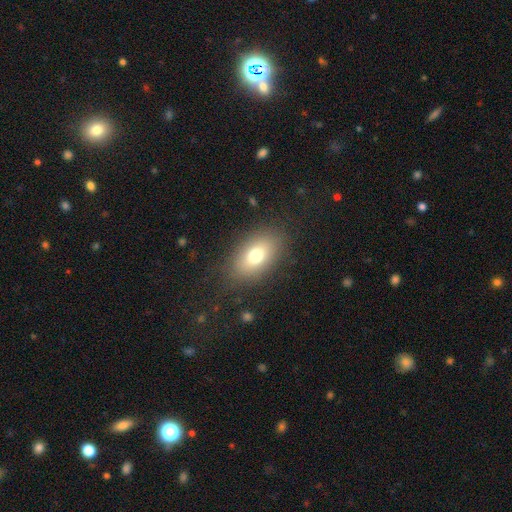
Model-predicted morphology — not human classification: Q: Smooth or featured?
A: smooth (74%); runner-up: featured or disk (16%)
Q: How rounded?
A: in between (86%); runner-up: round (11%)
Q: Merging?
A: none (82%); runner-up: minor disturbance (11%)